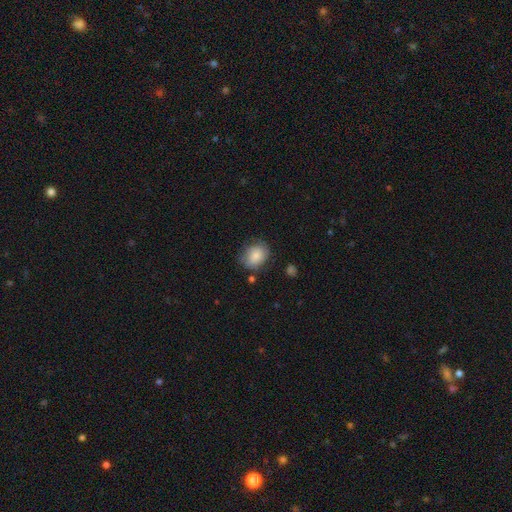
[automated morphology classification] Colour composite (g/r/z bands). It shows a smooth galaxy with no disk features (75%) that is round (50%). Merging: none (66%).